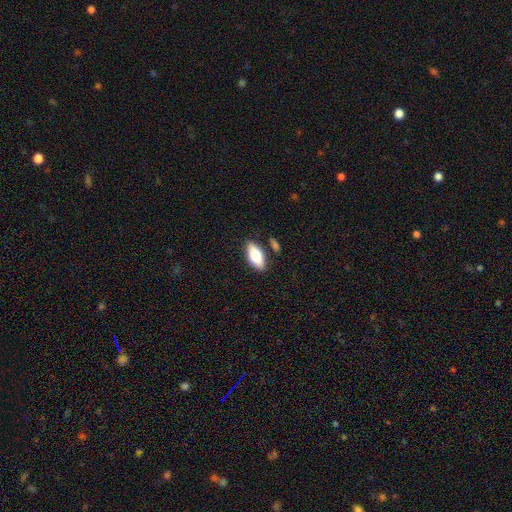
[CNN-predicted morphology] This is likely a smooth galaxy (71%). How rounded: clearly in between (82%). Merging: likely none (80%).